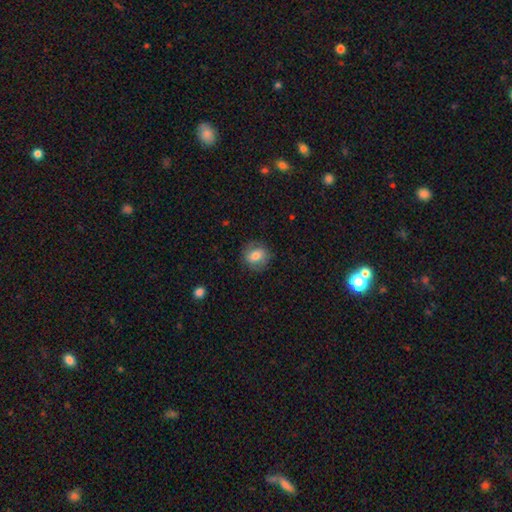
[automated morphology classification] This is likely a smooth galaxy (66%). How rounded: likely round (74%). Merging: clearly none (80%).